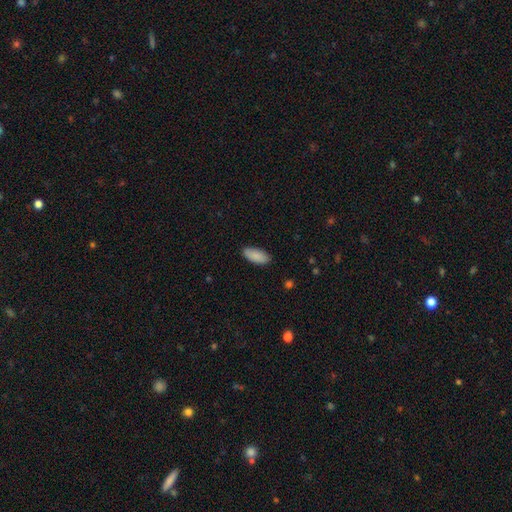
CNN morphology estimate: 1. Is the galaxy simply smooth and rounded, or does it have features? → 89% smooth, 6% star or artifact, 5% featured or disk.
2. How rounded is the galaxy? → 89% in between, 9% cigar-shaped, 2% round.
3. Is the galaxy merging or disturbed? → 86% none, 11% minor disturbance, 2% major disturbance, 1% merger.